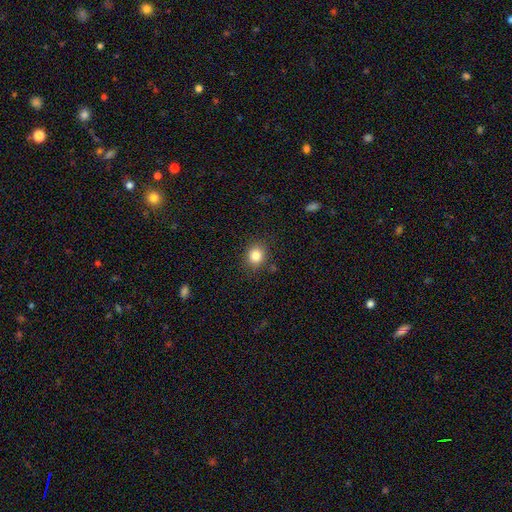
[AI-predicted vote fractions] Smooth or featured?
  - smooth: 84% *
  - star or artifact: 11%
  - featured or disk: 6%
How rounded?
  - round: 76% *
  - in between: 23%
  - cigar-shaped: 1%
Merging?
  - none: 87% *
  - minor disturbance: 9%
  - major disturbance: 3%
  - merger: 2%